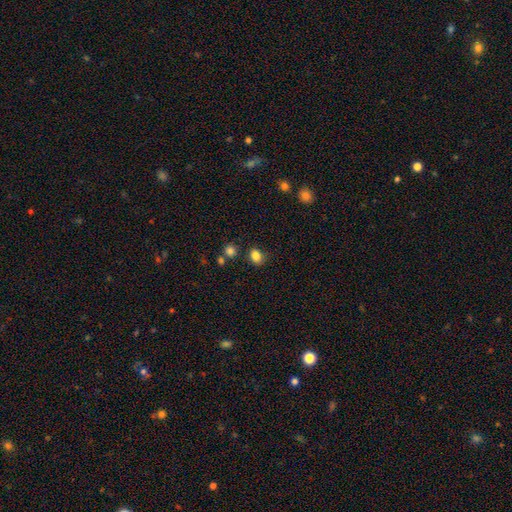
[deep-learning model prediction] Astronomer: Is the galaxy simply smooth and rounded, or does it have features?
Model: smooth — 84%.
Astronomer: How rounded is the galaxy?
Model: in between — 55% (runner-up: round, 44%).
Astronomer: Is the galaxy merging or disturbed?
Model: none — 80%.